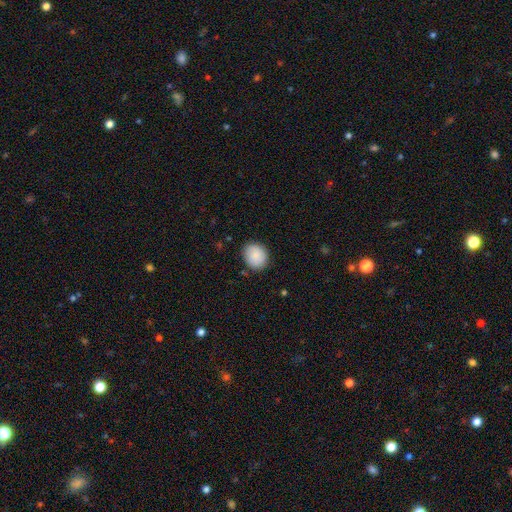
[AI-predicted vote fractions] smooth 86%, star or artifact 7%, featured or disk 7%. Down the decision tree: how rounded — round (68%); merging — none (83%).